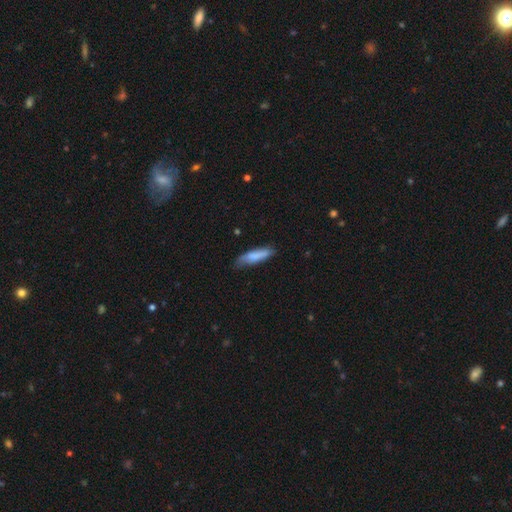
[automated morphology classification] This is likely a smooth galaxy (80%). How rounded: likely cigar-shaped (67%). Merging: likely none (68%).